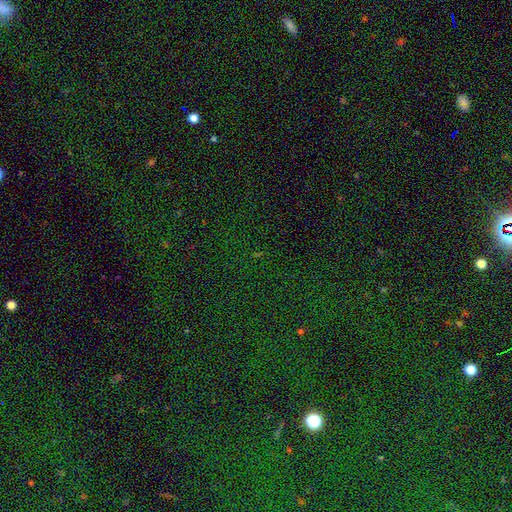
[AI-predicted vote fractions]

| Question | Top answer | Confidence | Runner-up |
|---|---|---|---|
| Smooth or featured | star or artifact | 80% | smooth (12%) |